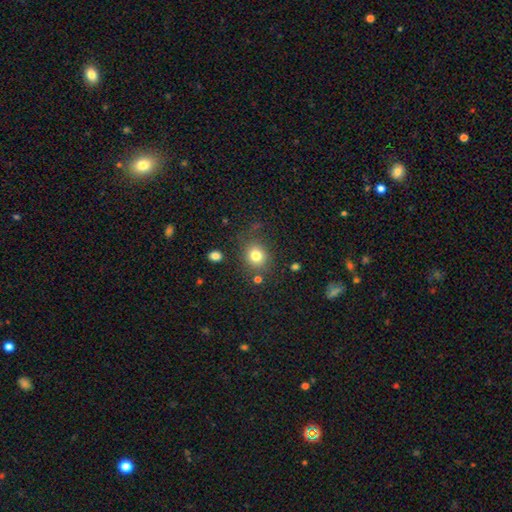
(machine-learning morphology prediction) type=smooth (79%); roundness=round (73%); merging=none (76%).